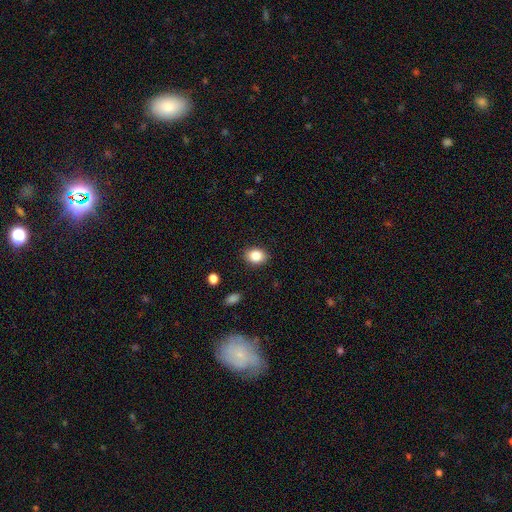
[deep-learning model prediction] This is clearly a smooth galaxy (86%). How rounded: likely in between (61%). Merging: clearly none (88%).